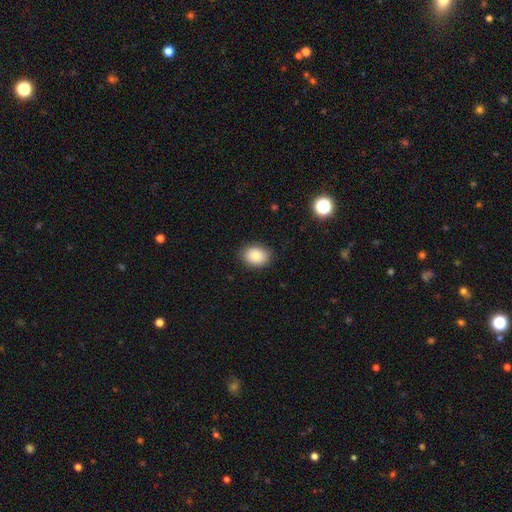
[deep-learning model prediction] The model was most divided on "how rounded": in between: 56%, round: 43%, cigar-shaped: 1%. More confident: merging — none (85%); smooth or featured — smooth (83%).